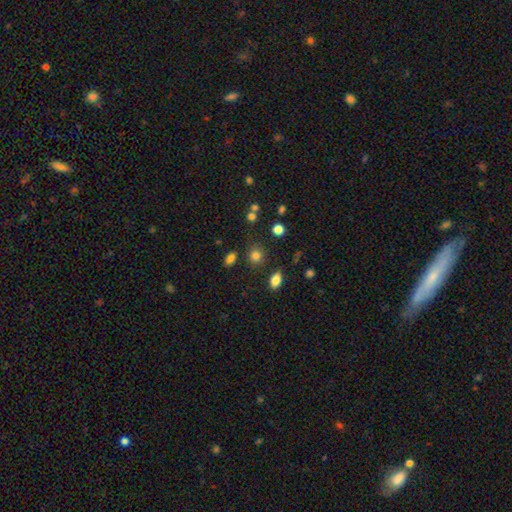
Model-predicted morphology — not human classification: This appears to be a smooth galaxy with no disk features (80%) that is round (72%). Merging: none (78%).